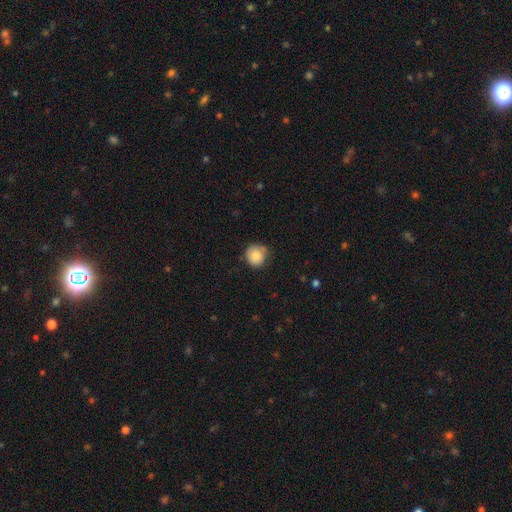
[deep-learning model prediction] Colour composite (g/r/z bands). It shows a smooth galaxy with no disk features (86%) that is round (89%). Merging: none (73%).